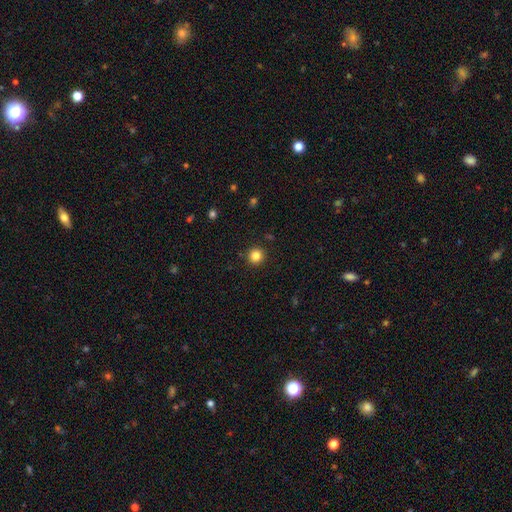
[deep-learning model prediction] The model was most divided on "smooth or featured": smooth: 83%, star or artifact: 12%, featured or disk: 5%. More confident: how rounded — round (95%); merging — none (92%).